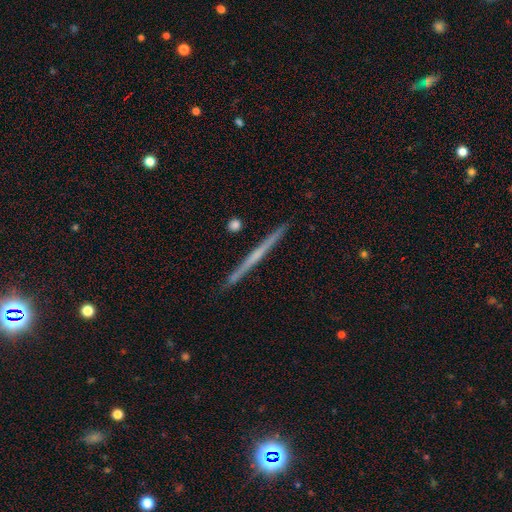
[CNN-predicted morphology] Smooth or featured? featured or disk (65%)
Edge-on disk? yes (98%)
Edge-on bulge? none (76%)
Merging? none (92%)